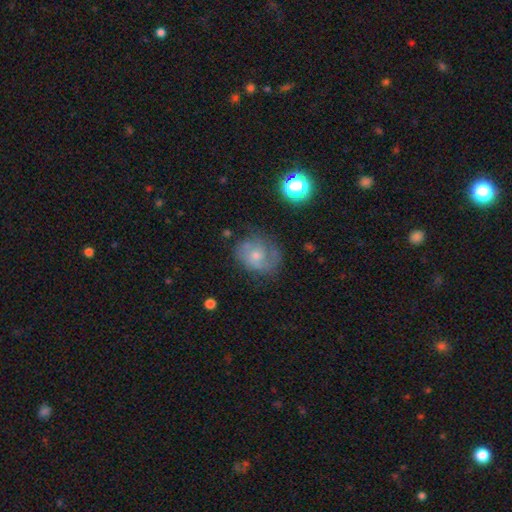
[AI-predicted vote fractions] Smooth or featured?
  - featured or disk: 58% *
  - smooth: 30%
  - star or artifact: 12%
Edge-on disk?
  - no: 97% *
  - yes: 3%
Bar?
  - no: 73% *
  - weak: 24%
  - strong: 3%
Spiral arms?
  - yes: 82% *
  - no: 18%
Bulge size?
  - small: 50% *
  - moderate: 43%
  - none: 4%
  - large: 2%
  - dominant: 1%
Merging?
  - none: 63% *
  - minor disturbance: 23%
  - major disturbance: 12%
  - merger: 2%